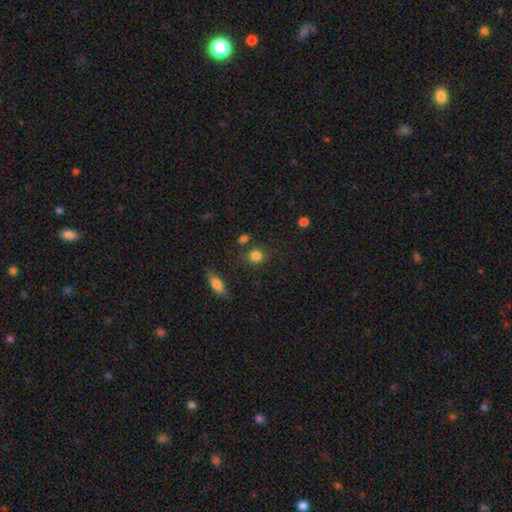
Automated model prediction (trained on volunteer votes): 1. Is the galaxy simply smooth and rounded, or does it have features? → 83% smooth, 11% star or artifact, 6% featured or disk.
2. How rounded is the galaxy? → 75% round, 23% in between, 2% cigar-shaped.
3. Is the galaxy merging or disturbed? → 75% none, 13% minor disturbance, 8% merger, 4% major disturbance.